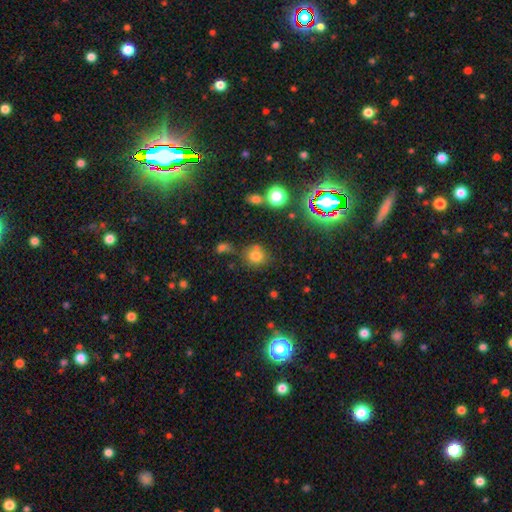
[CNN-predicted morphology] A smooth galaxy with no disk features (73%) that is round (80%). Merging: none (68%).